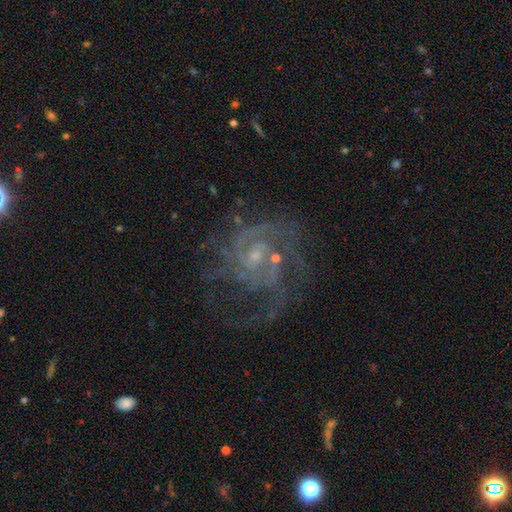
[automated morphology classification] Smooth or featured?
  - featured or disk: 84% *
  - star or artifact: 10%
  - smooth: 7%
Edge-on disk?
  - no: 98% *
  - yes: 2%
Bar?
  - no: 57% *
  - weak: 37%
  - strong: 6%
Spiral arms?
  - yes: 93% *
  - no: 7%
Spiral winding?
  - medium: 43% * (tied)
  - tight: 43% * (tied)
  - loose: 14%
Spiral arm count?
  - can't tell: 29% *
  - 2: 23%
  - 3: 23%
  - 4: 11%
  - 1: 8%
  - more than 4: 7%
Bulge size?
  - small: 72% *
  - moderate: 16%
  - none: 10%
  - large: 1%
  - dominant: 1%
Merging?
  - none: 58% *
  - major disturbance: 21%
  - minor disturbance: 17%
  - merger: 4%